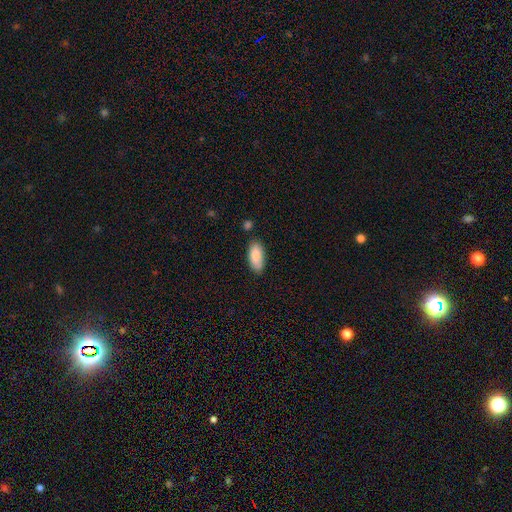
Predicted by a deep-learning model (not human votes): Overall: smooth (87%). How rounded: in between (87%). Merging: none (77%).